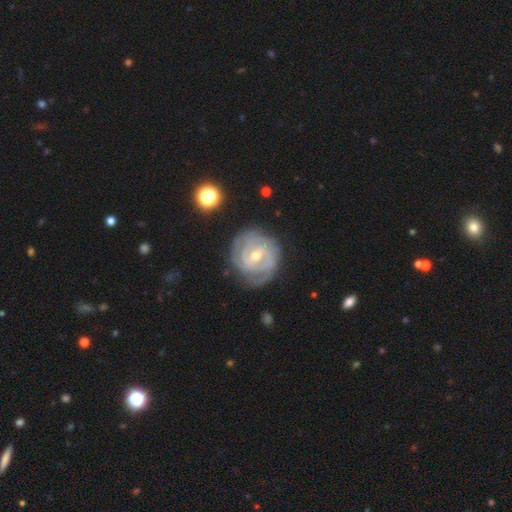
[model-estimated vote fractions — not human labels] Smooth or featured? featured or disk (89%)
Edge-on disk? no (97%)
Bar? weak (50%)
Spiral arms? yes (97%)
Spiral winding? tight (76%)
Spiral arm count? 2 (32%)
Bulge size? moderate (53%)
Merging? none (77%)